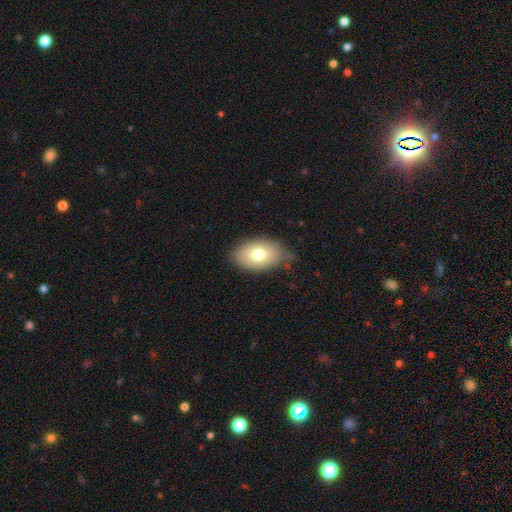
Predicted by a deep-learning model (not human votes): Smooth or featured? smooth (66%)
How rounded? in between (89%)
Merging? none (79%)